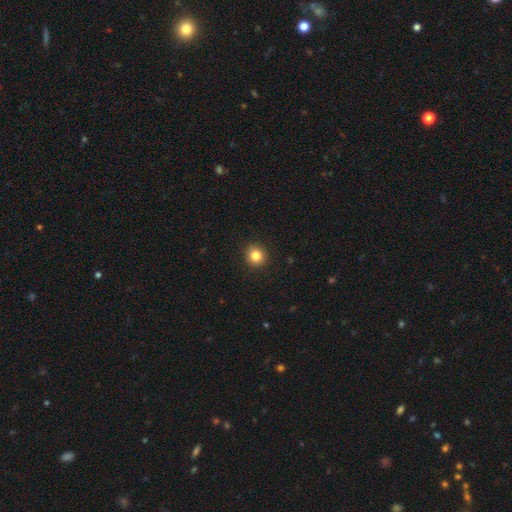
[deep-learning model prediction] Morphology: type=smooth (83%); roundness=round (91%); merging=none (92%).